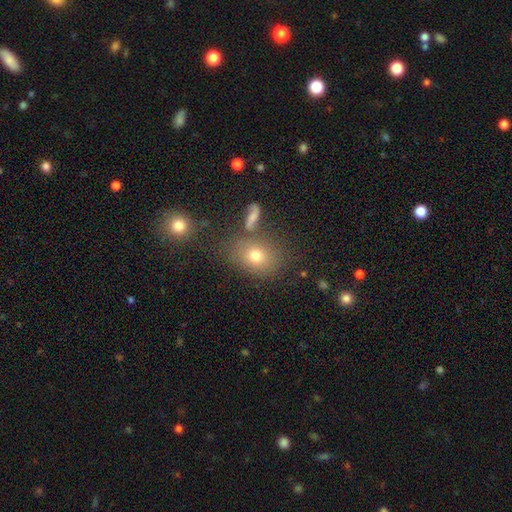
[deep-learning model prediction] Smooth or featured? smooth (73%)
How rounded? in between (52%)
Merging? none (68%)